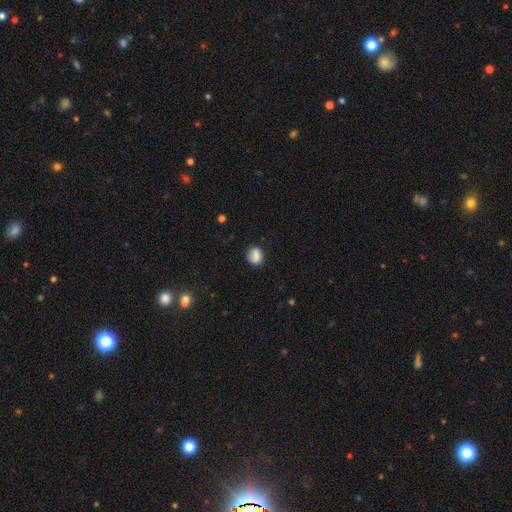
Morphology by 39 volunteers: Volunteers were most divided on "how rounded": round: 56%, in between: 41%, cigar-shaped: 3%. More confident: smooth or featured — smooth (82%); merging — none (69%).